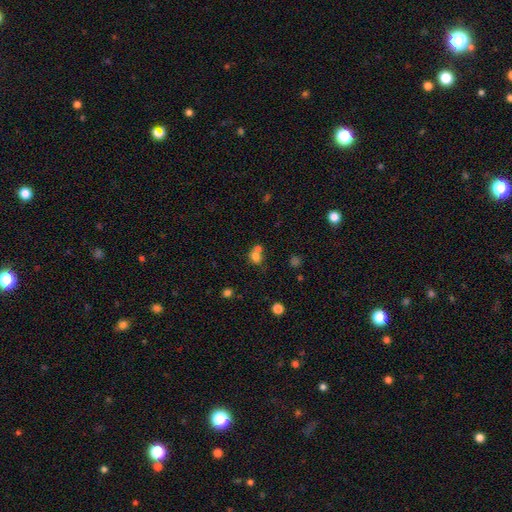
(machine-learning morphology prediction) smooth_or_featured: smooth (p=0.74) [alt: star or artifact p=0.14]
how_rounded: round (p=0.63) [alt: in between p=0.36]
merging: merger (p=0.53) [alt: none p=0.34]